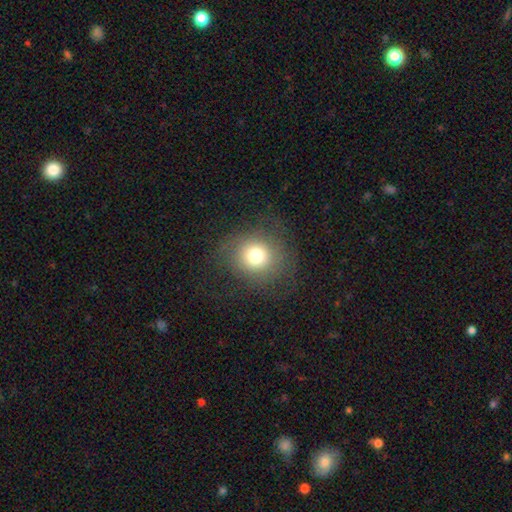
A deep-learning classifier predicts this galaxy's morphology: smooth 71%, star or artifact 14%, featured or disk 14%. Down the decision tree: how rounded — round (86%); merging — none (76%).